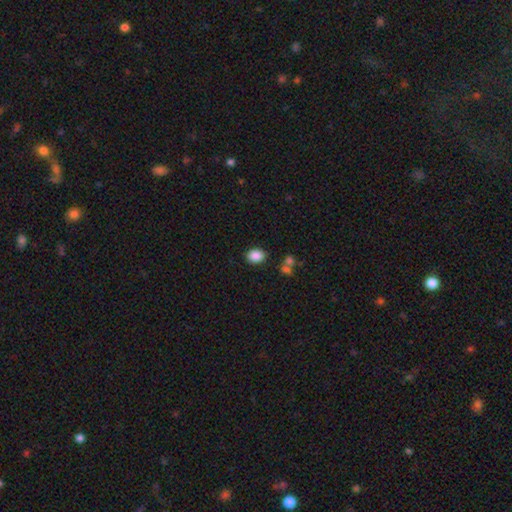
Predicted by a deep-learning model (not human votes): A smooth galaxy with no disk features (87%) that is in between round and cigar-shaped (62%).

Vote fractions:
- Smooth or featured? smooth: 87% / star or artifact: 9% / featured or disk: 4%
- How rounded? in between: 62% / round: 37% / cigar-shaped: 1%
- Merging? none: 83% / minor disturbance: 10% / merger: 5% / major disturbance: 3%